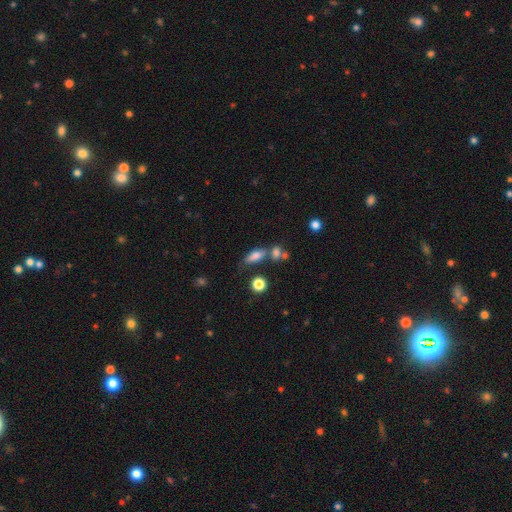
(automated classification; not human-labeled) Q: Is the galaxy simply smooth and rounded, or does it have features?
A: smooth — 74%.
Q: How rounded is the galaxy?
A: in between — 70%.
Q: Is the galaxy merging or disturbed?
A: none — 51%.